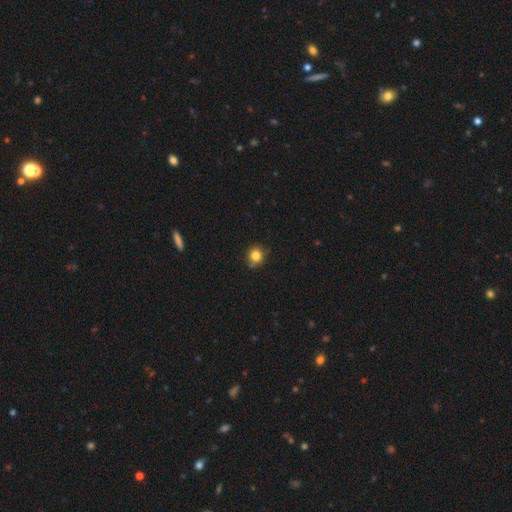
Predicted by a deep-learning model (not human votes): Smooth or featured? Predicted: smooth (p=0.82). How rounded? Predicted: round (p=0.90). Merging? Predicted: none (p=0.80).